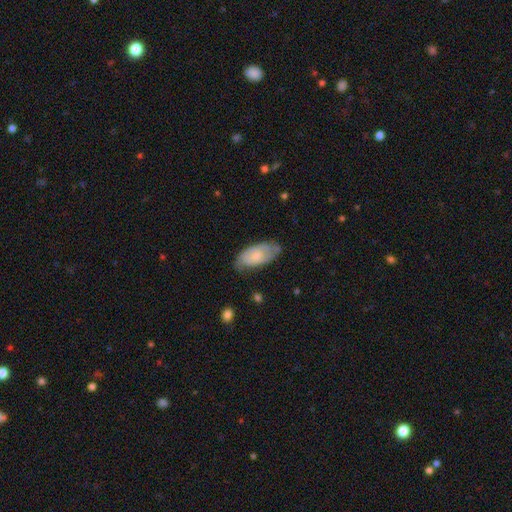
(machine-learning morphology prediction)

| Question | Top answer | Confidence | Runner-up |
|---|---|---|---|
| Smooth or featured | smooth | 54% | featured or disk (40%) |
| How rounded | in between | 91% | cigar-shaped (6%) |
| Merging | none | 63% | minor disturbance (28%) |